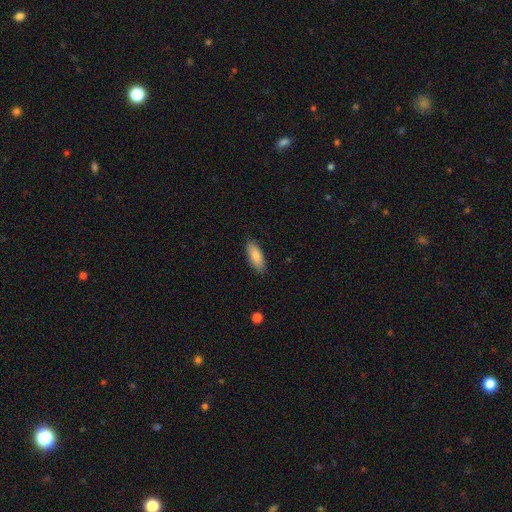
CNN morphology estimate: Smooth or featured? smooth (87%)
How rounded? in between (76%)
Merging? none (85%)